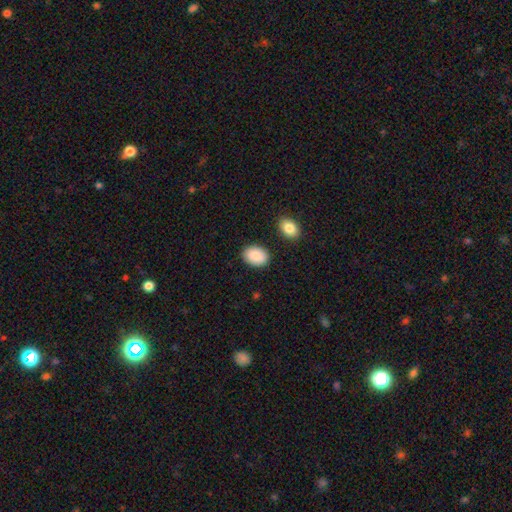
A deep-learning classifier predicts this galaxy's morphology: smooth_or_featured: smooth (p=0.90) [alt: star or artifact p=0.06]
how_rounded: in between (p=0.81) [alt: round p=0.18]
merging: none (p=0.85) [alt: minor disturbance p=0.10]